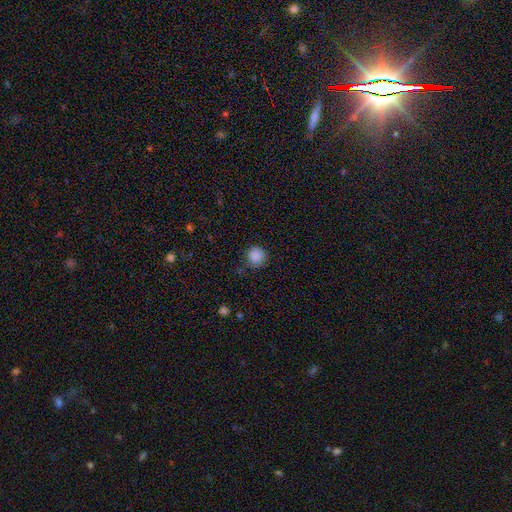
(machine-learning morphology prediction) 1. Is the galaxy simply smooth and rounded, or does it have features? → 86% smooth, 10% star or artifact, 3% featured or disk.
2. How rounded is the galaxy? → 94% round, 6% in between, 1% cigar-shaped.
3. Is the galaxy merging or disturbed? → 76% none, 17% minor disturbance, 5% major disturbance, 2% merger.